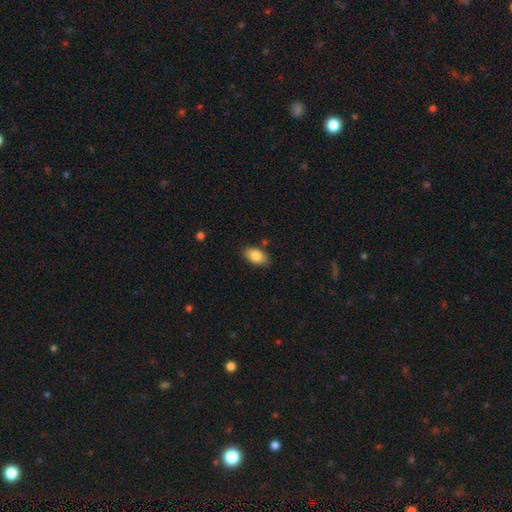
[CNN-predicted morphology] smooth-or-featured: smooth: 85% | featured or disk: 8% | star or artifact: 7%
  how-rounded: in between: 92% | round: 6% | cigar-shaped: 2%
  merging: none: 83% | minor disturbance: 12% | major disturbance: 3% | merger: 2%